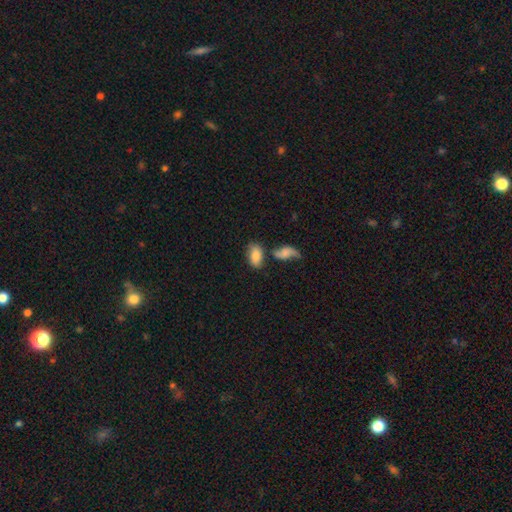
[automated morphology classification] Smooth or featured?
  - smooth: 78% *
  - featured or disk: 14%
  - star or artifact: 8%
How rounded?
  - in between: 92% *
  - round: 6%
  - cigar-shaped: 2%
Merging?
  - none: 47% *
  - merger: 27%
  - minor disturbance: 18%
  - major disturbance: 8%